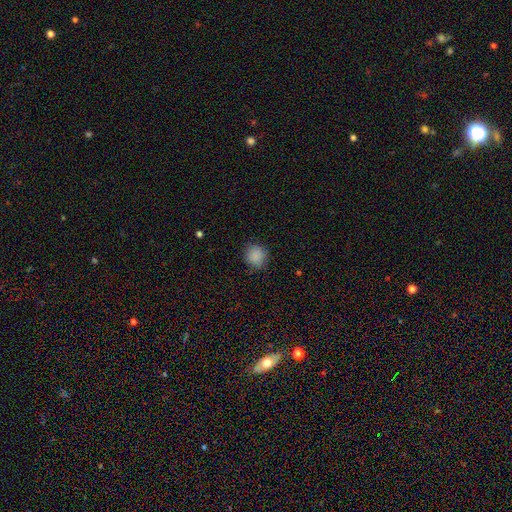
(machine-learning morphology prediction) smooth-or-featured: smooth: 88% | star or artifact: 9% | featured or disk: 3%
  how-rounded: round: 87% | in between: 12% | cigar-shaped: 1%
  merging: none: 87% | minor disturbance: 10% | major disturbance: 3% | merger: 1%